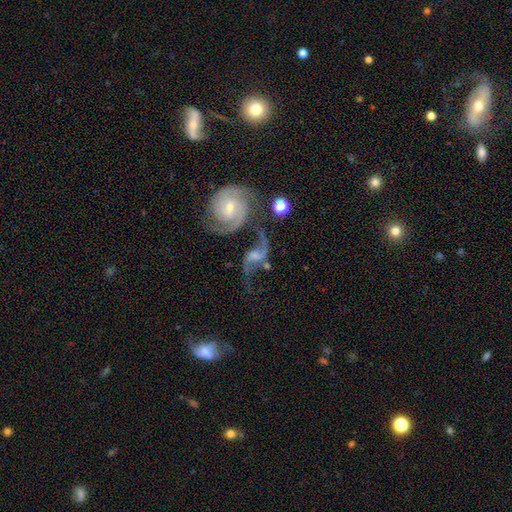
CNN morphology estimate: type=featured or disk (83%); edge-on=no (97%); bar=weak (49%); spiral arms=yes (94%); winding=loose (78%); arm count=2 (91%); bulge=small (41%); merging=none (40%).